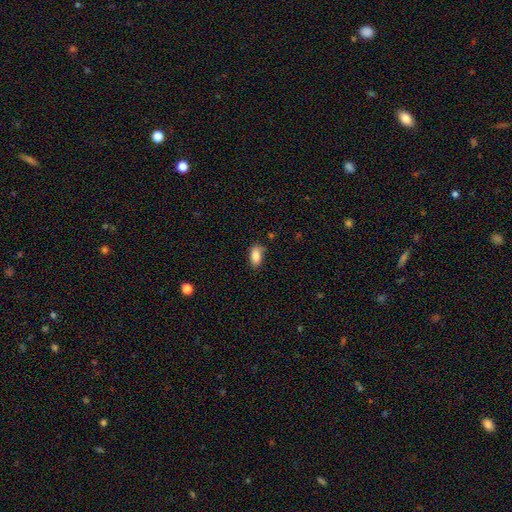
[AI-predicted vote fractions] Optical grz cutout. It shows a smooth galaxy with no disk features (85%) that is in between round and cigar-shaped (90%). Merging: none (72%).